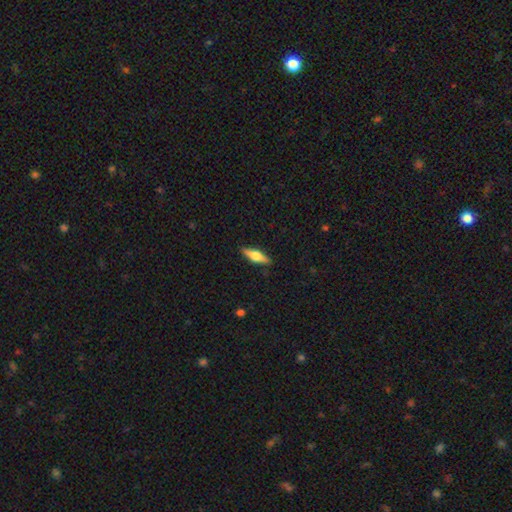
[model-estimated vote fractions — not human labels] This is possibly a smooth galaxy (52%). How rounded: possibly cigar-shaped (52%). Merging: clearly none (89%).